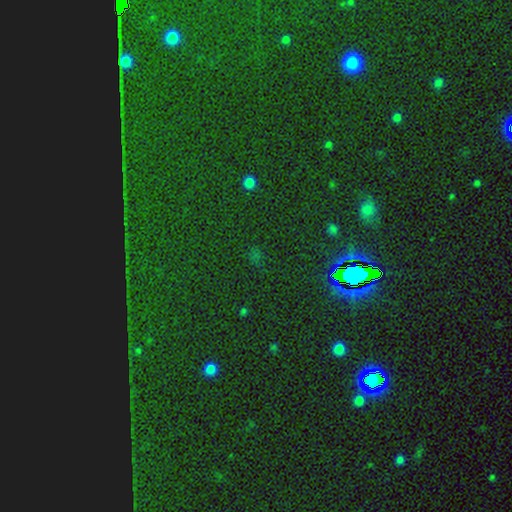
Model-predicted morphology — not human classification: Smooth or featured? Predicted: star or artifact (p=0.78).